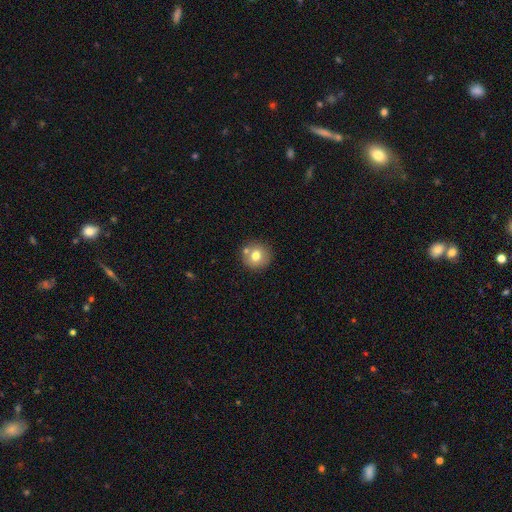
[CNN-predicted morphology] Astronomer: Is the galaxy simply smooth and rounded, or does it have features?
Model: smooth — 73%.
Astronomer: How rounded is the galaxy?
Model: round — 92%.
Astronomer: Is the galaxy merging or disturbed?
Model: none — 73%.